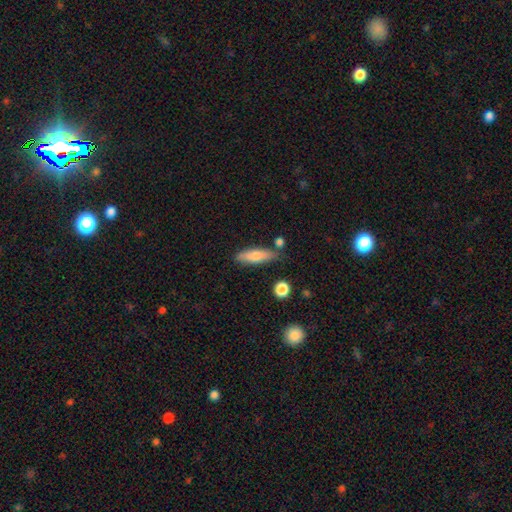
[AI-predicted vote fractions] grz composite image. It shows a smooth galaxy with no disk features (70%) that is cigar-shaped (61%). Merging: none (77%).